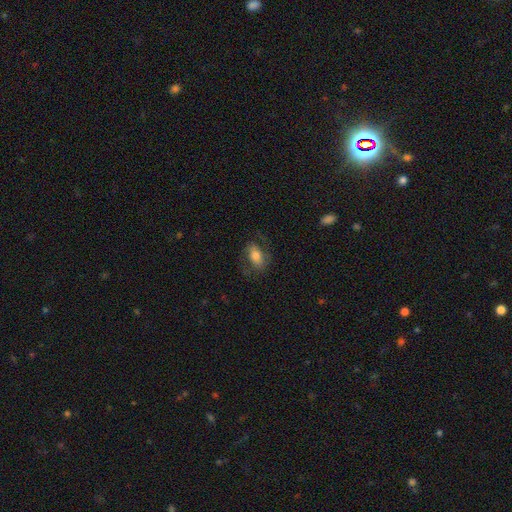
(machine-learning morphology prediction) Overall: smooth (62%; featured or disk 30%). How rounded: in between (86%). Merging: none (67%).